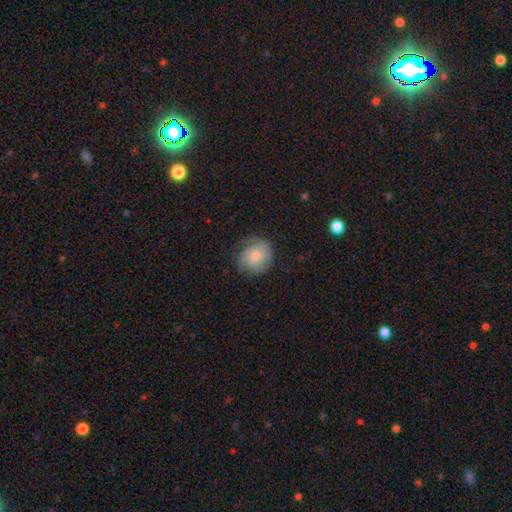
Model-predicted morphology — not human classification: type=smooth (56%); roundness=round (79%); merging=none (66%).